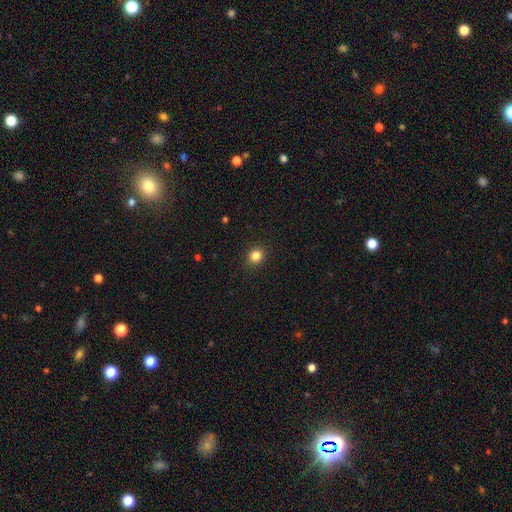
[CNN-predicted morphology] Smooth or featured? smooth (83%)
How rounded? round (84%)
Merging? none (91%)